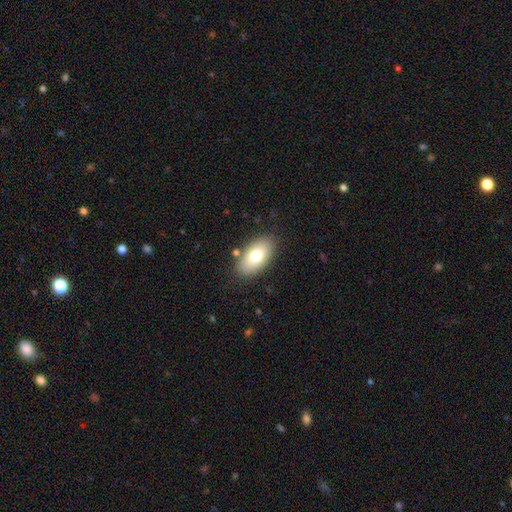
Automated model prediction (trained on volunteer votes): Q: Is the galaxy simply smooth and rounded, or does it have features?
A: smooth — 74%.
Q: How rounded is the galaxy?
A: in between — 93%.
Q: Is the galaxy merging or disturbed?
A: none — 84%.